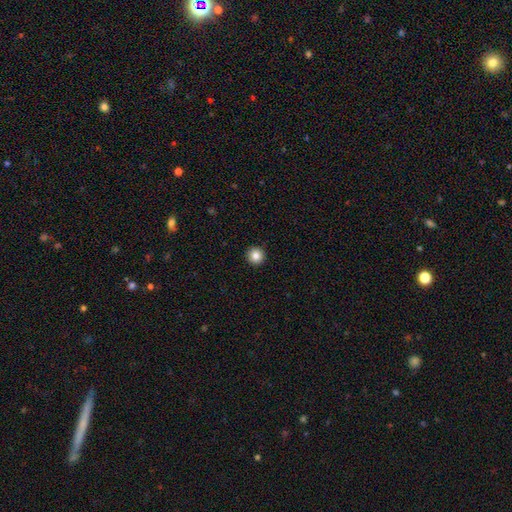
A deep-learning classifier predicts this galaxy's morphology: Overall: smooth (85%). How rounded: round (96%). Merging: none (94%).